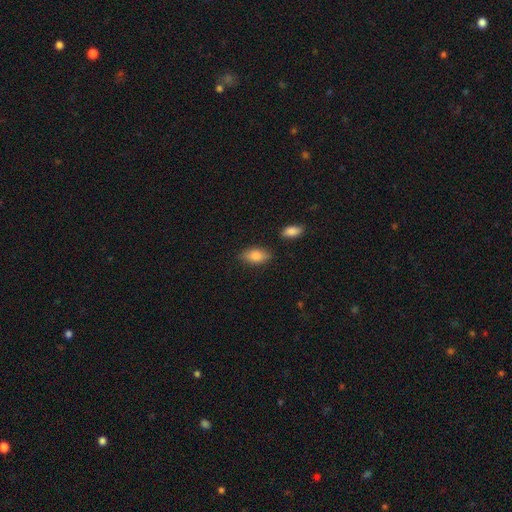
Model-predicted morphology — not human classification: smooth 84%, featured or disk 9%, star or artifact 7%. Down the decision tree: how rounded — in between (90%); merging — none (81%).